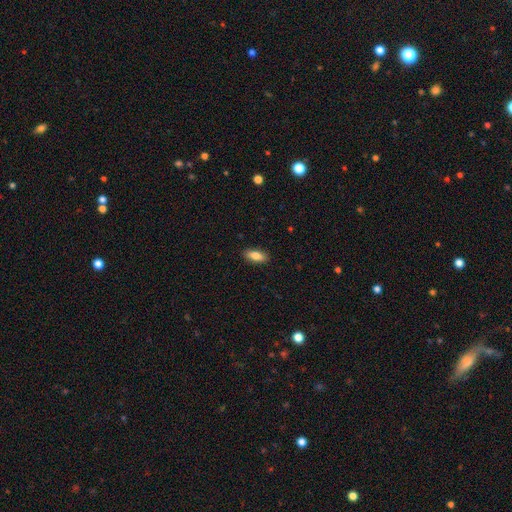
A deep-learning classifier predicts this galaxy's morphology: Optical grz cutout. It shows a smooth galaxy with no disk features (83%) that is in between round and cigar-shaped (82%). Merging: none (89%).